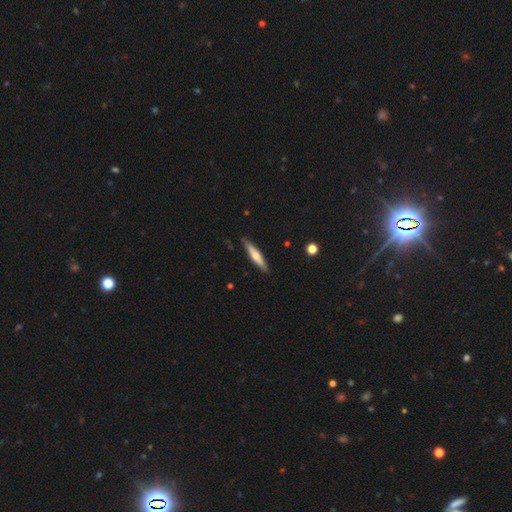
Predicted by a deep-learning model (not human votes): smooth_or_featured: featured or disk (p=0.47) [tied with: smooth p=0.47]
merging: none (p=0.86) [alt: minor disturbance p=0.11]